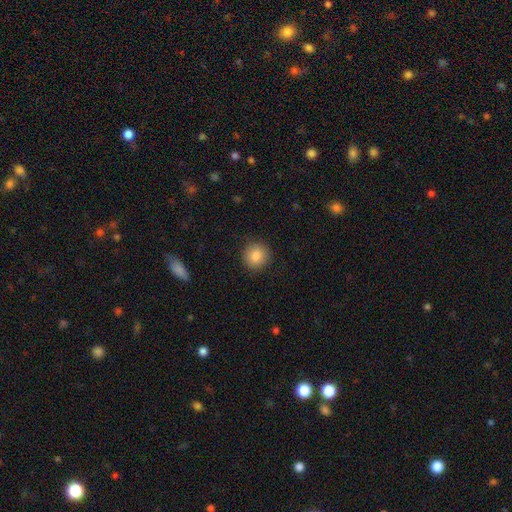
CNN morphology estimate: Smooth or featured? Predicted: smooth (p=0.85). How rounded? Predicted: round (p=0.90). Merging? Predicted: none (p=0.89).